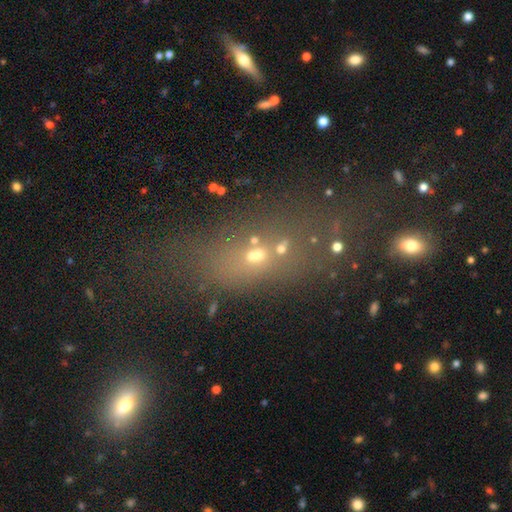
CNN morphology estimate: smooth-or-featured: star or artifact: 38% | smooth: 36% | featured or disk: 26%